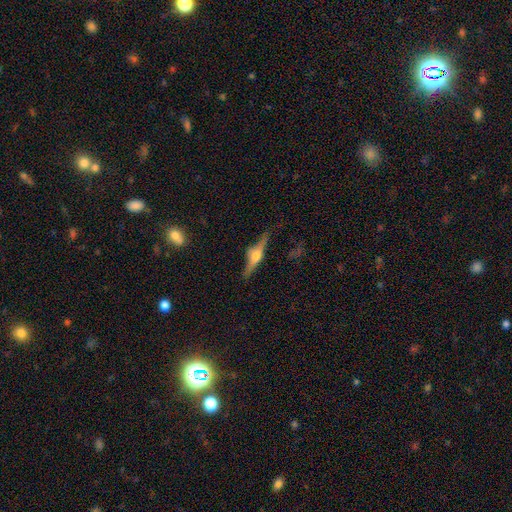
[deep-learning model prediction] Smooth or featured?
  - featured or disk: 71% *
  - smooth: 21%
  - star or artifact: 8%
Edge-on disk?
  - yes: 96% *
  - no: 4%
Edge-on bulge?
  - rounded: 89% *
  - boxy: 9%
  - none: 3%
Merging?
  - none: 80% *
  - minor disturbance: 14%
  - major disturbance: 4%
  - merger: 2%